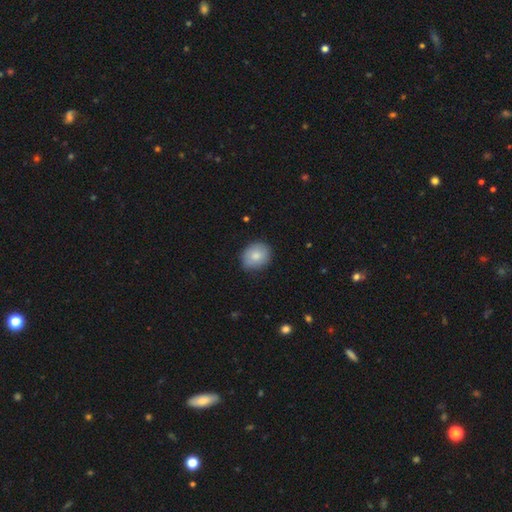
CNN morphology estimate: type=smooth (81%); roundness=round (60%); merging=none (81%).